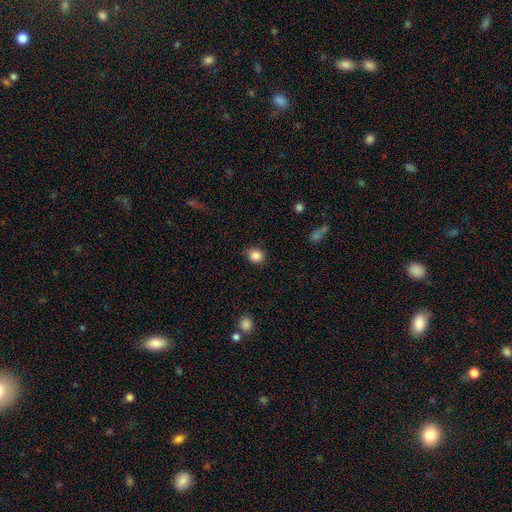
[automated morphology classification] Q: Smooth or featured?
A: smooth (86%); runner-up: star or artifact (10%)
Q: How rounded?
A: round (70%); runner-up: in between (29%)
Q: Merging?
A: none (82%); runner-up: minor disturbance (14%)